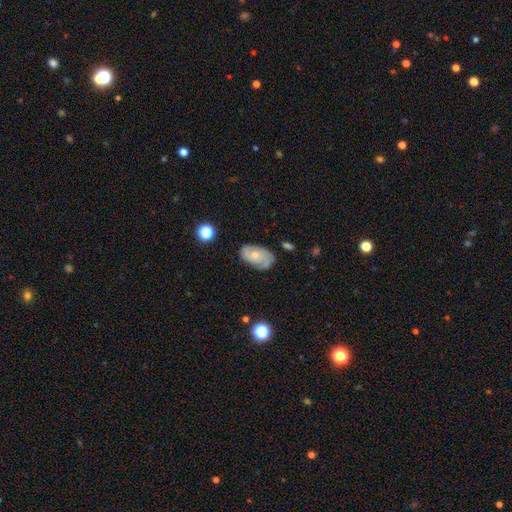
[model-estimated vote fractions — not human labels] Q: Smooth or featured?
A: featured or disk (55%); runner-up: smooth (37%)
Q: Edge-on disk?
A: no (95%); runner-up: yes (5%)
Q: Bar?
A: no (77%); runner-up: weak (20%)
Q: Spiral arms?
A: yes (82%); runner-up: no (18%)
Q: Bulge size?
A: small (55%); runner-up: moderate (37%)
Q: Merging?
A: none (66%); runner-up: minor disturbance (24%)